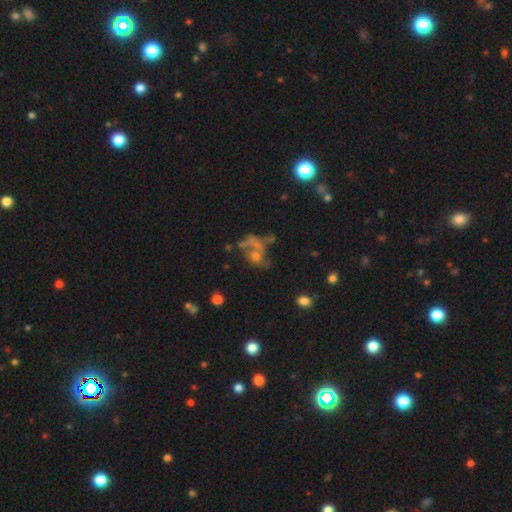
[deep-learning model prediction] A featured or disk galaxy (42%). Merging: major disturbance (31%).